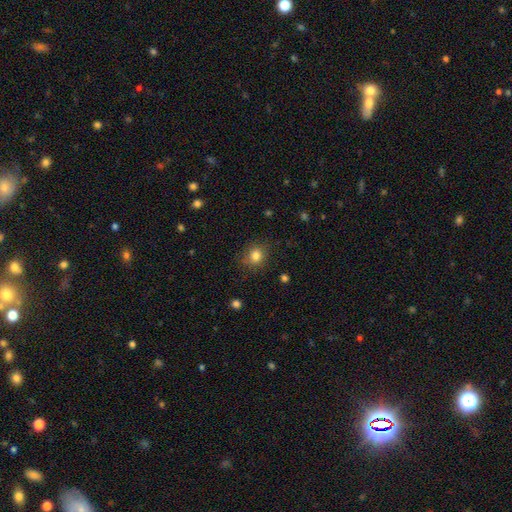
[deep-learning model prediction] Q: Smooth or featured?
A: smooth (82%); runner-up: star or artifact (11%)
Q: How rounded?
A: round (75%); runner-up: in between (24%)
Q: Merging?
A: none (81%); runner-up: minor disturbance (13%)